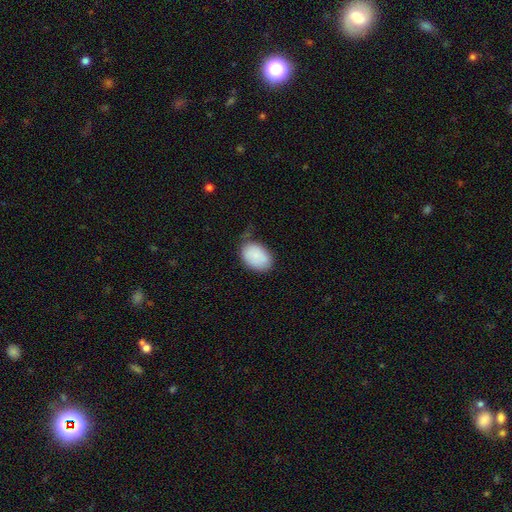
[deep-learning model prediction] Smooth or featured?
  - smooth: 87% *
  - featured or disk: 7%
  - star or artifact: 6%
How rounded?
  - in between: 85% *
  - round: 14%
  - cigar-shaped: 1%
Merging?
  - none: 58% *
  - minor disturbance: 31%
  - major disturbance: 8%
  - merger: 3%